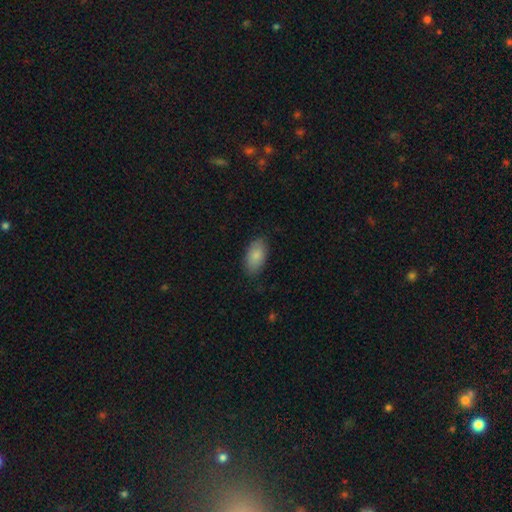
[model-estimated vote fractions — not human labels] Morphology: type=smooth (85%); roundness=in between (94%); merging=none (83%).